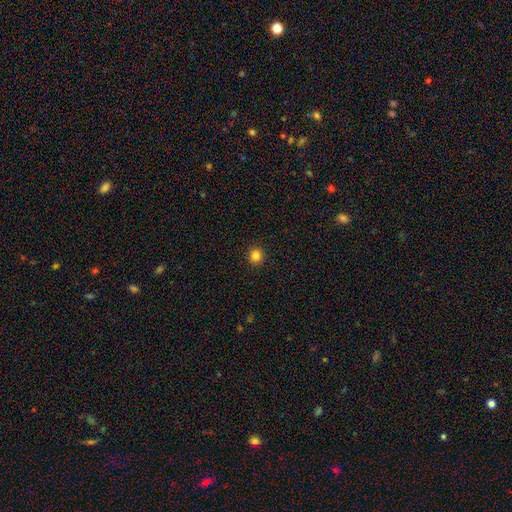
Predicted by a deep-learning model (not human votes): smooth_or_featured: smooth (p=0.83) [alt: star or artifact p=0.12]
how_rounded: round (p=0.92) [alt: in between p=0.07]
merging: none (p=0.93) [alt: minor disturbance p=0.05]